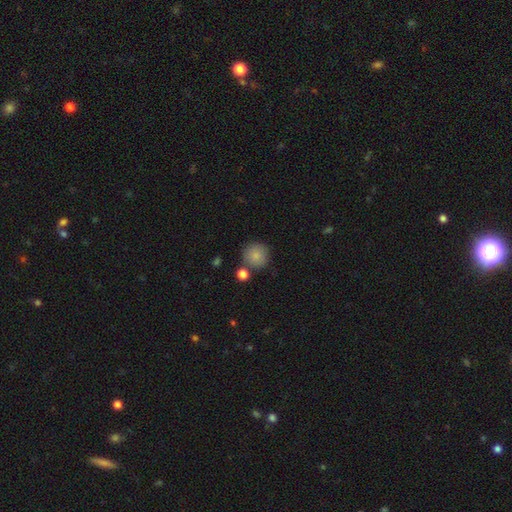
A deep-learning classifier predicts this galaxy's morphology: The model was most divided on "merging": none: 76%, merger: 11%, minor disturbance: 11%, major disturbance: 3%. More confident: how rounded — round (93%); smooth or featured — smooth (85%).